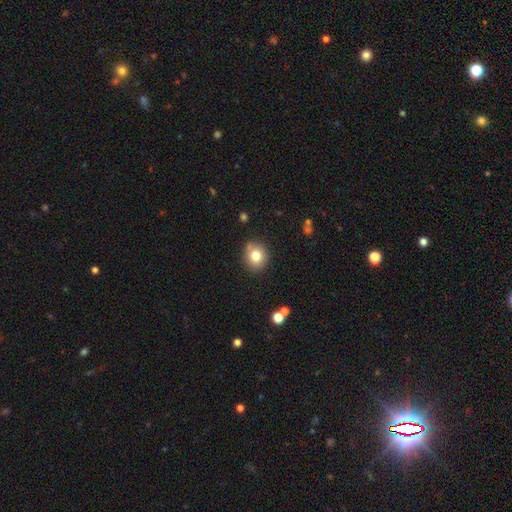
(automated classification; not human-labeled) Smooth or featured: smooth — 79% (star or artifact — 11%)
How rounded: round — 80% (in between — 19%)
Merging: none — 81% (minor disturbance — 13%)